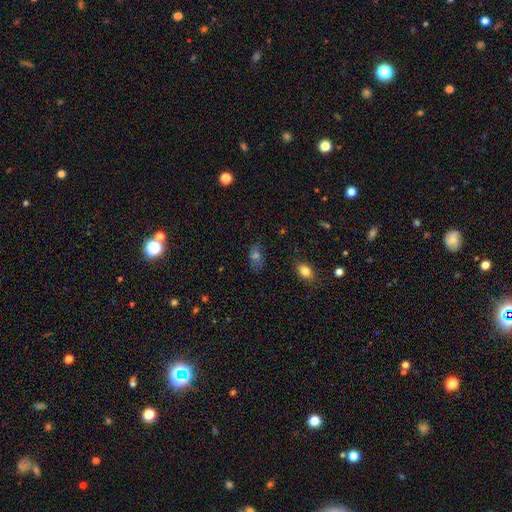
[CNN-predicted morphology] A smooth galaxy with no disk features (46%). Merging: none (75%).